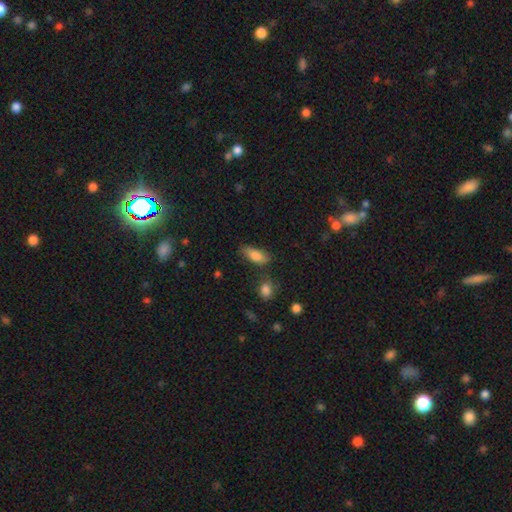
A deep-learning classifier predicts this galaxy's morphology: type=smooth (81%); roundness=in between (76%); merging=none (69%).